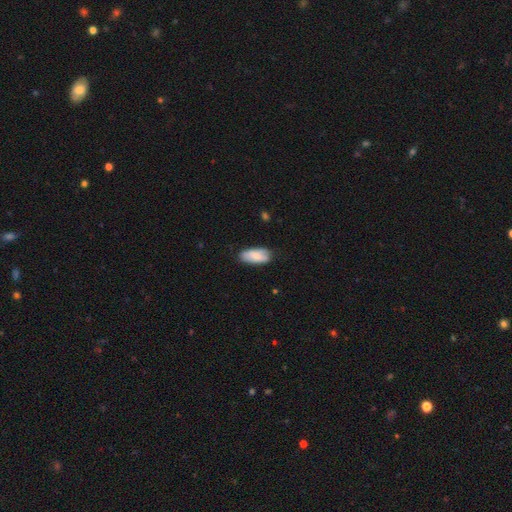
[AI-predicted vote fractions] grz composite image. It shows a smooth galaxy with no disk features (73%) that is in between round and cigar-shaped (88%). Merging: none (72%).